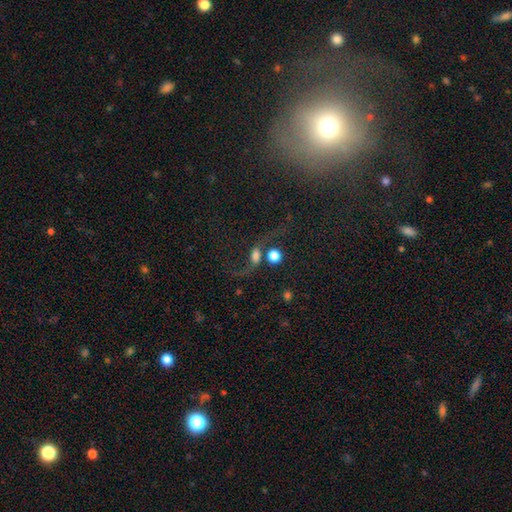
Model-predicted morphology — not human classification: Smooth or featured? Predicted: smooth (p=0.43). Merging? Predicted: none (p=0.39).